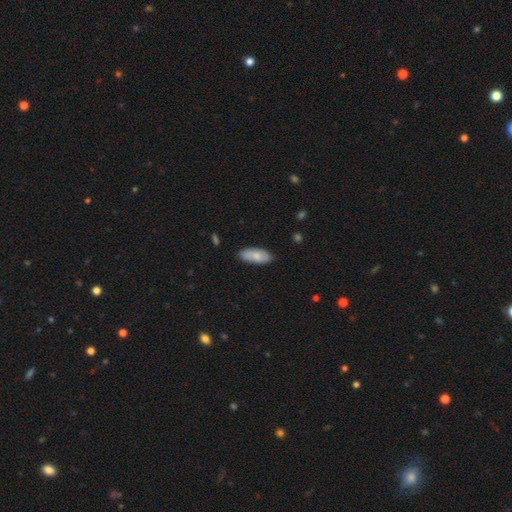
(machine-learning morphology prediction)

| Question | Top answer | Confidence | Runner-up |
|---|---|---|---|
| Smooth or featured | smooth | 76% | featured or disk (18%) |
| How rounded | in between | 84% | cigar-shaped (14%) |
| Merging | none | 84% | minor disturbance (13%) |